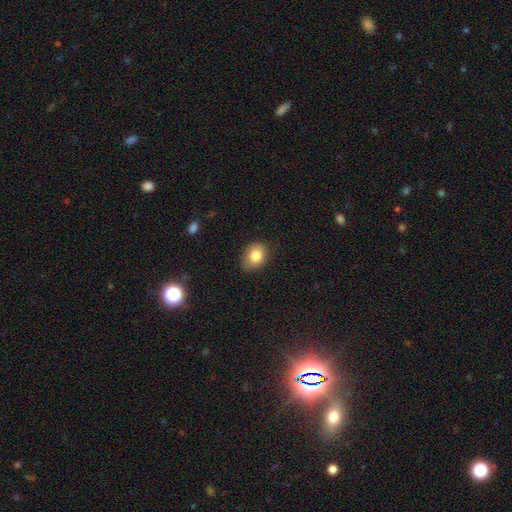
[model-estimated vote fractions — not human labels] This appears to be a smooth galaxy with no disk features (82%) that is in between round and cigar-shaped (63%). Merging: none (76%).